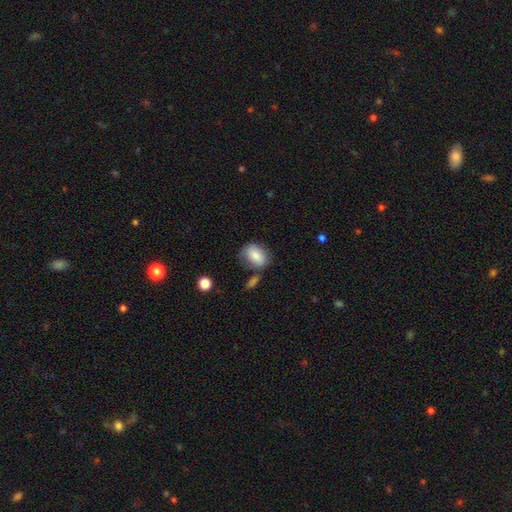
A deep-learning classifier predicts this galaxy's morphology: A smooth galaxy with no disk features (80%) that is in between round and cigar-shaped (79%). Merging: none (61%).